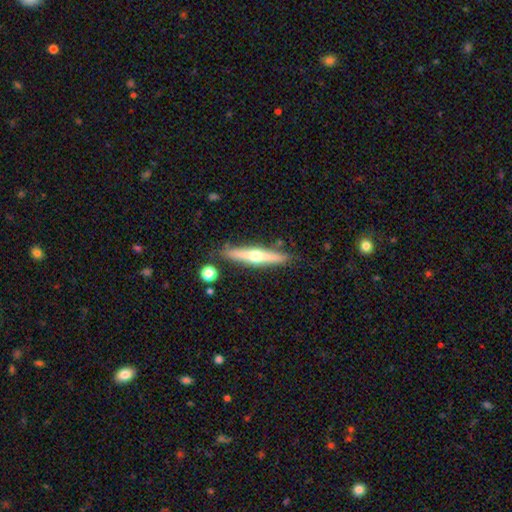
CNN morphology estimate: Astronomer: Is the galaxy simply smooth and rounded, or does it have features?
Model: featured or disk — 66%.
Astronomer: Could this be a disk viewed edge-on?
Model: yes — 96%.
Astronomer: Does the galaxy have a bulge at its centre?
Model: rounded — 93%.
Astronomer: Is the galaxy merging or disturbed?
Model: none — 86%.